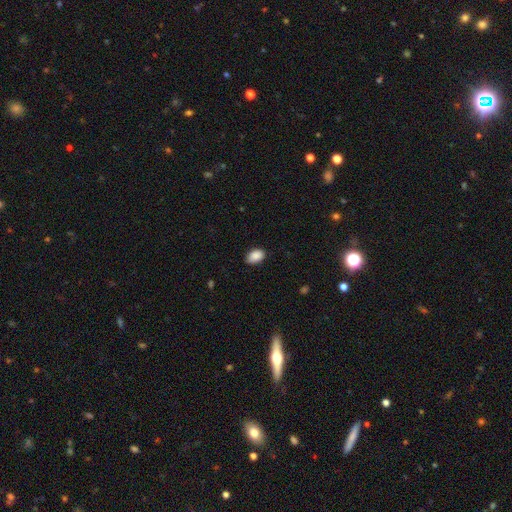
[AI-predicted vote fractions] smooth 89%, star or artifact 7%, featured or disk 4%. Down the decision tree: how rounded — in between (87%); merging — none (82%).